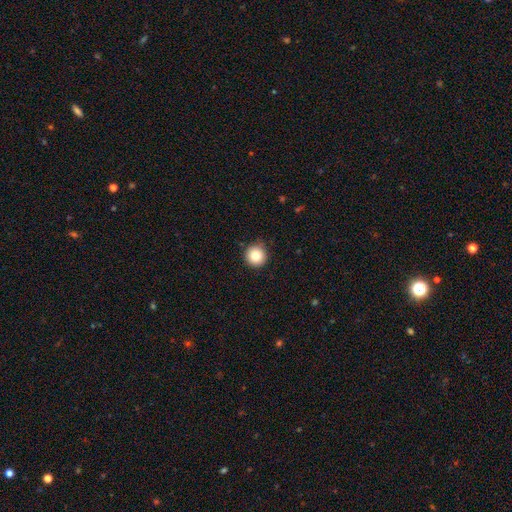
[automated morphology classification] Smooth or featured: smooth — 81% (star or artifact — 11%)
How rounded: round — 96% (in between — 3%)
Merging: none — 88% (minor disturbance — 9%)